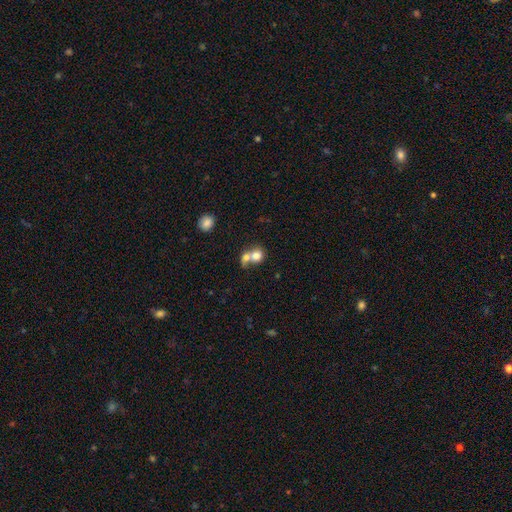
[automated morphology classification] smooth_or_featured: smooth (p=0.75) [alt: featured or disk p=0.15]
how_rounded: round (p=0.69) [alt: in between p=0.30]
merging: merger (p=0.67) [alt: none p=0.22]